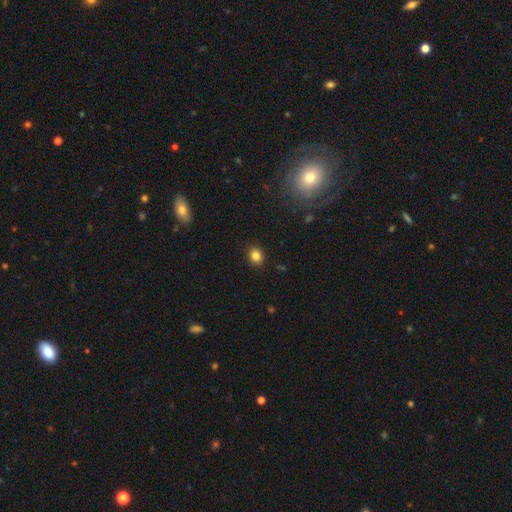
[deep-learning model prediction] smooth_or_featured: smooth (p=0.83) [alt: star or artifact p=0.11]
how_rounded: round (p=0.62) [alt: in between p=0.37]
merging: none (p=0.90) [alt: minor disturbance p=0.07]